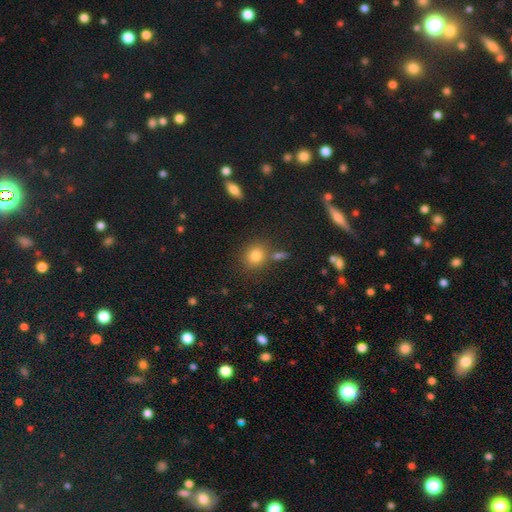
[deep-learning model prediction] The model was most divided on "how rounded": round: 72%, in between: 26%, cigar-shaped: 2%. More confident: smooth or featured — smooth (81%); merging — none (74%).